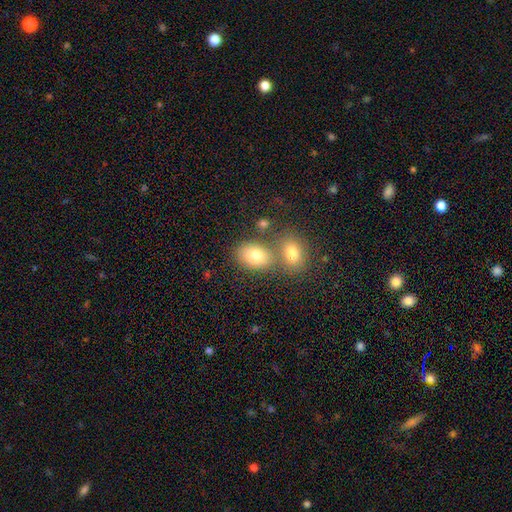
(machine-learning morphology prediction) smooth 79%, featured or disk 11%, star or artifact 10%. Down the decision tree: how rounded — in between (76%); merging — none (54%).